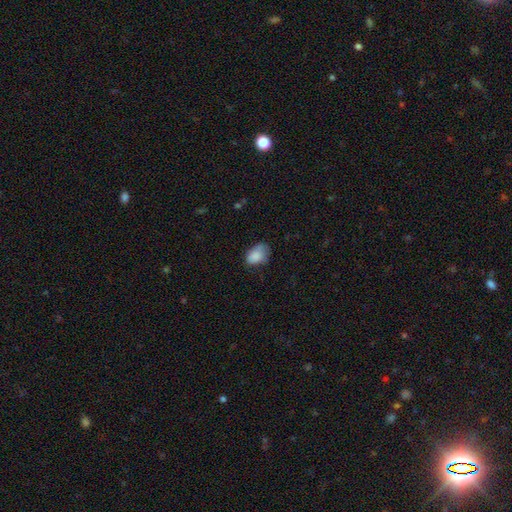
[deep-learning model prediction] The model was most divided on "merging": none: 52%, minor disturbance: 36%, major disturbance: 11%, merger: 2%. More confident: smooth or featured — smooth (85%); how rounded — in between (85%).